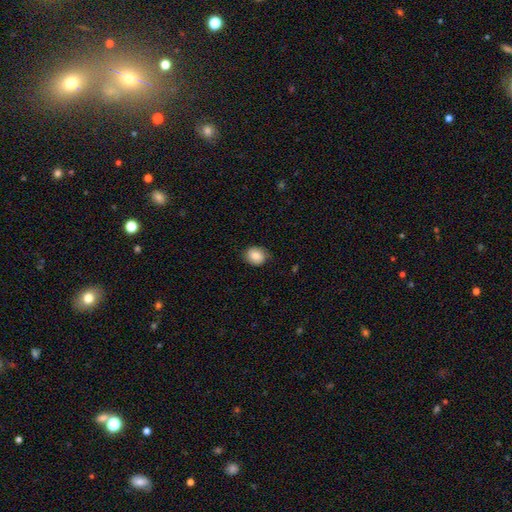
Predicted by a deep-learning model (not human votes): Smooth or featured: smooth — 83% (featured or disk — 9%)
How rounded: round — 58% (in between — 41%)
Merging: none — 78% (minor disturbance — 18%)